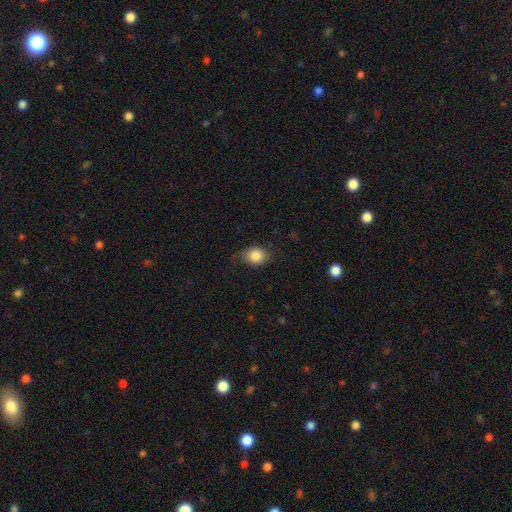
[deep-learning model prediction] Overall: smooth (85%). How rounded: in between (53%; round 46%). Merging: none (73%).